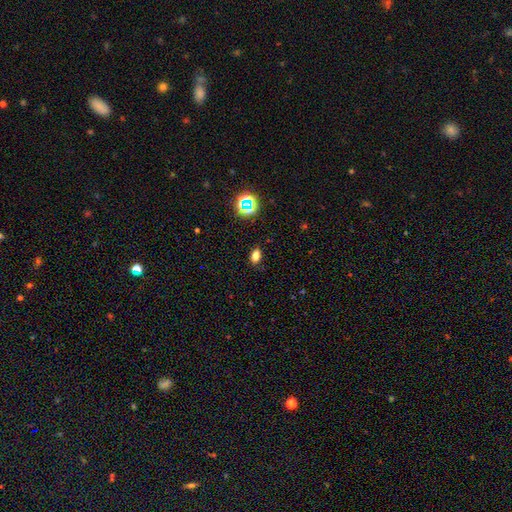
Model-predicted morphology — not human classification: smooth_or_featured: smooth (p=0.74) [alt: star or artifact p=0.18]
how_rounded: in between (p=0.83) [alt: round p=0.14]
merging: none (p=0.87) [alt: minor disturbance p=0.10]